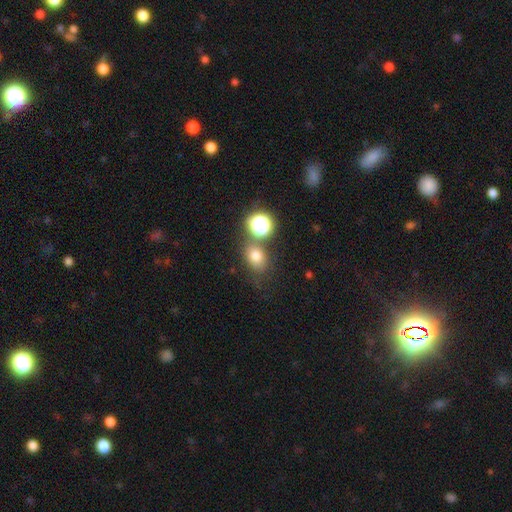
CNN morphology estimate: Smooth or featured?
  - smooth: 74% *
  - star or artifact: 17%
  - featured or disk: 9%
How rounded?
  - in between: 51% *
  - round: 47%
  - cigar-shaped: 1%
Merging?
  - none: 66% *
  - merger: 15%
  - minor disturbance: 13%
  - major disturbance: 5%